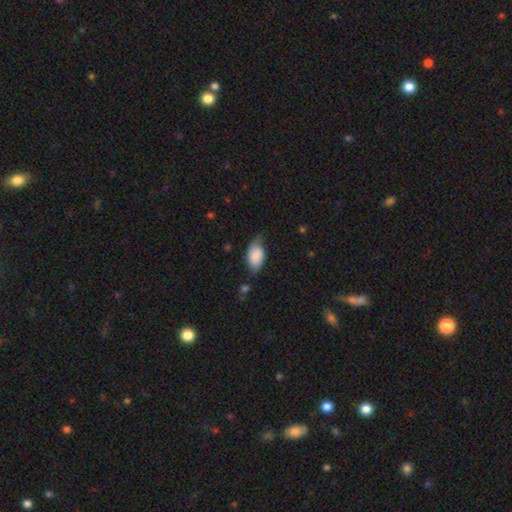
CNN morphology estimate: type=smooth (78%); roundness=in between (93%); merging=none (43%).